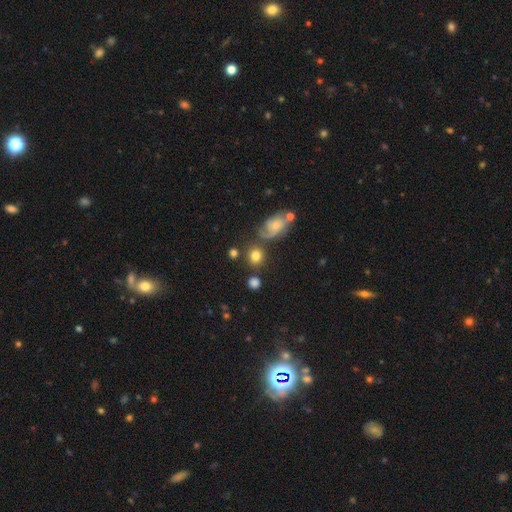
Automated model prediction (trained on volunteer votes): This is likely a smooth galaxy (74%). How rounded: clearly round (84%). Merging: likely none (72%).